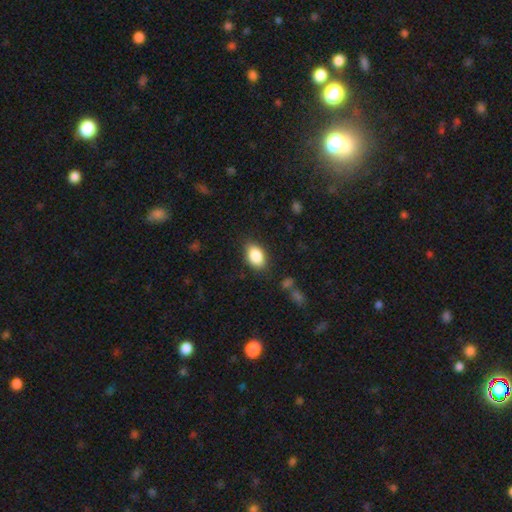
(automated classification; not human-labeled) Smooth or featured? smooth (87%)
How rounded? in between (89%)
Merging? none (84%)